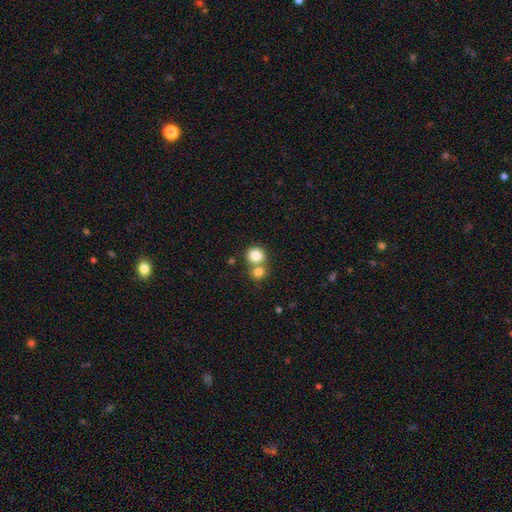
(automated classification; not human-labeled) Smooth or featured? Predicted: smooth (p=0.83). How rounded? Predicted: round (p=0.86). Merging? Predicted: none (p=0.49).